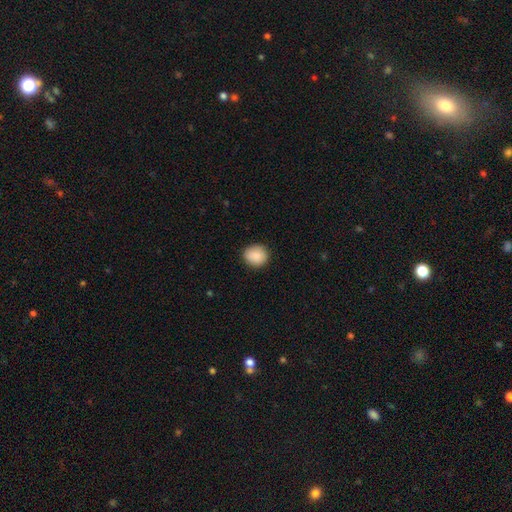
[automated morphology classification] type=smooth (87%); roundness=round (83%); merging=none (88%).